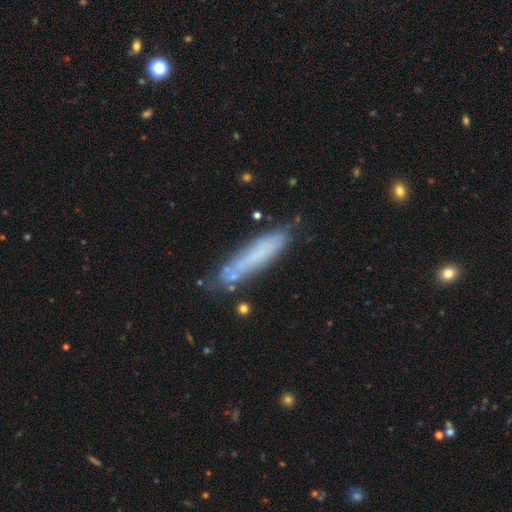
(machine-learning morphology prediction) smooth_or_featured: smooth (p=0.60) [alt: featured or disk p=0.32]
how_rounded: cigar-shaped (p=0.85) [alt: in between p=0.13]
merging: none (p=0.67) [alt: minor disturbance p=0.22]